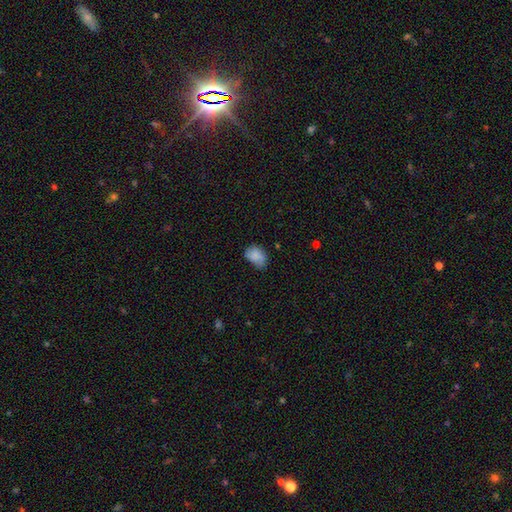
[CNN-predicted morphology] The model was most divided on "merging": none: 44%, minor disturbance: 40%, major disturbance: 12%, merger: 4%. More confident: smooth or featured — smooth (78%); how rounded — in between (73%).